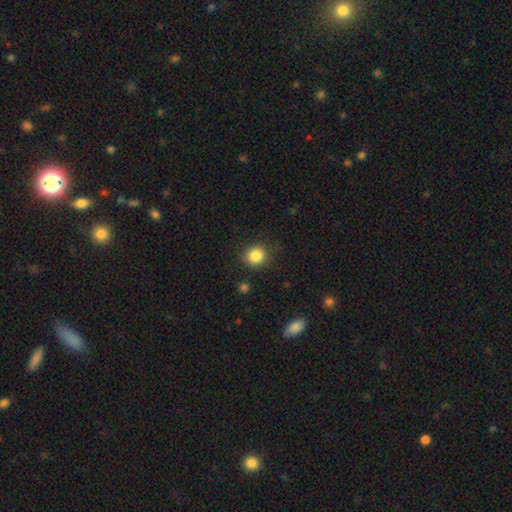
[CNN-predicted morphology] Smooth or featured? Predicted: smooth (p=0.85). How rounded? Predicted: round (p=0.84). Merging? Predicted: none (p=0.86).